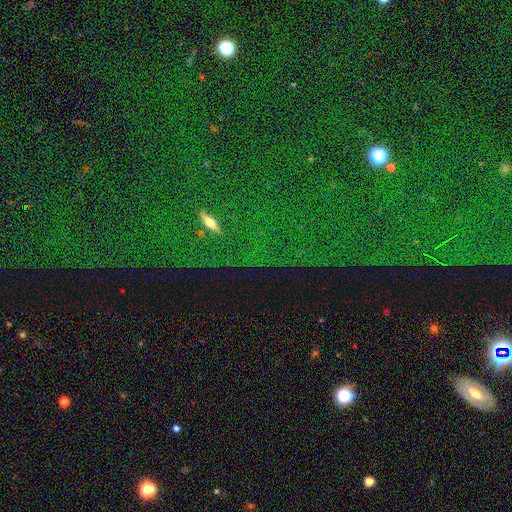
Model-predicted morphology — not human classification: smooth-or-featured: star or artifact: 85% | smooth: 8% | featured or disk: 7%